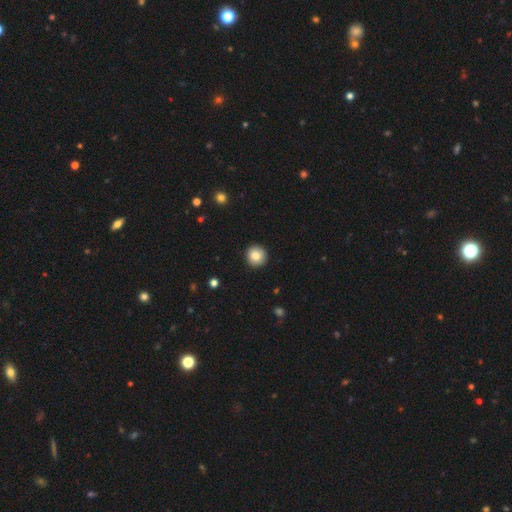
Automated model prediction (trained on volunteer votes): smooth 85%, star or artifact 8%, featured or disk 7%. Down the decision tree: how rounded — round (94%); merging — none (92%).